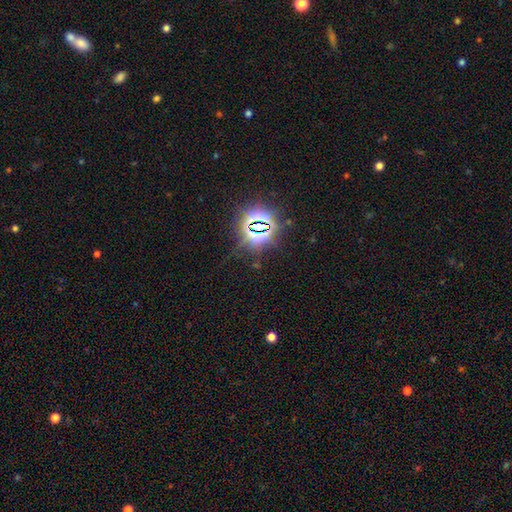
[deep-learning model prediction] A star or artifact, not a galaxy (83%).